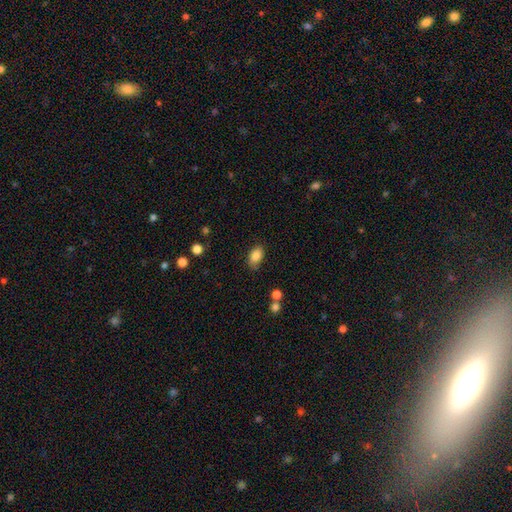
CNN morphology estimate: A smooth galaxy with no disk features (86%) that is in between round and cigar-shaped (90%).

Vote fractions:
- Smooth or featured? smooth: 86% / star or artifact: 8% / featured or disk: 6%
- How rounded? in between: 90% / round: 9% / cigar-shaped: 2%
- Merging? none: 78% / minor disturbance: 16% / major disturbance: 4% / merger: 2%